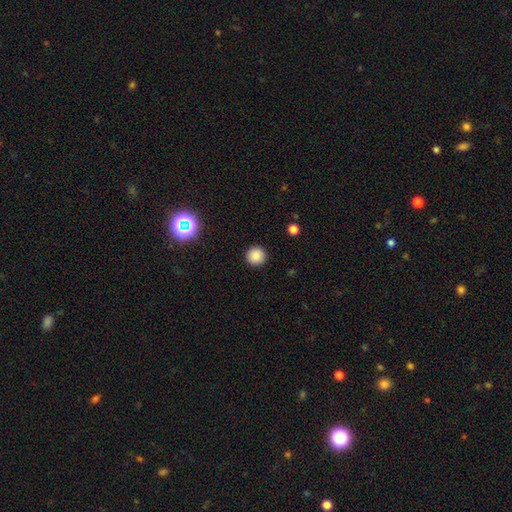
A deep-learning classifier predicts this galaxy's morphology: Smooth or featured?
  - smooth: 85% *
  - star or artifact: 11%
  - featured or disk: 4%
How rounded?
  - round: 95% *
  - in between: 4%
  - cigar-shaped: 1%
Merging?
  - none: 92% *
  - minor disturbance: 5%
  - major disturbance: 2%
  - merger: 1%